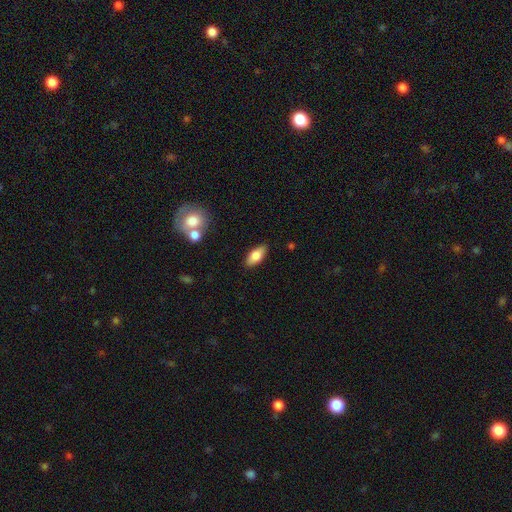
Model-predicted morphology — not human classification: The model was most divided on "smooth or featured": smooth: 78%, featured or disk: 15%, star or artifact: 7%. More confident: how rounded — in between (86%); merging — none (85%).